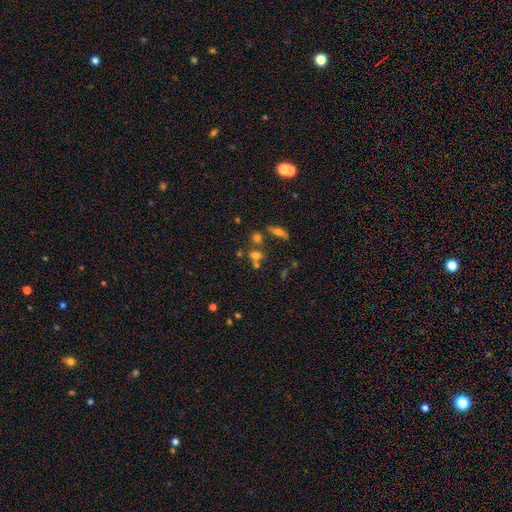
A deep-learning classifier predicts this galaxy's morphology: A smooth galaxy with no disk features (61%) that is round (64%). Merging: none (45%).